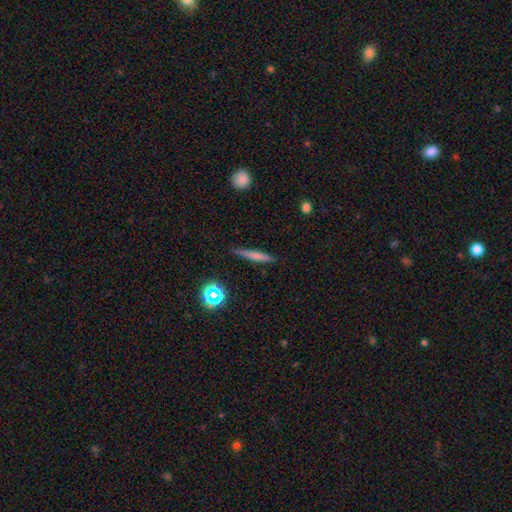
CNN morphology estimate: Smooth or featured? smooth (61%)
How rounded? cigar-shaped (90%)
Merging? none (84%)